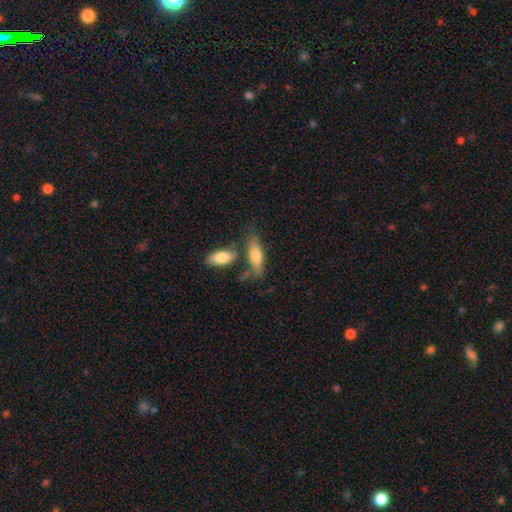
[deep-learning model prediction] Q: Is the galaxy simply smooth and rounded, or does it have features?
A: smooth — 72%.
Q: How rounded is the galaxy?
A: in between — 59%.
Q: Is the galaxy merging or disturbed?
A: none — 55%.